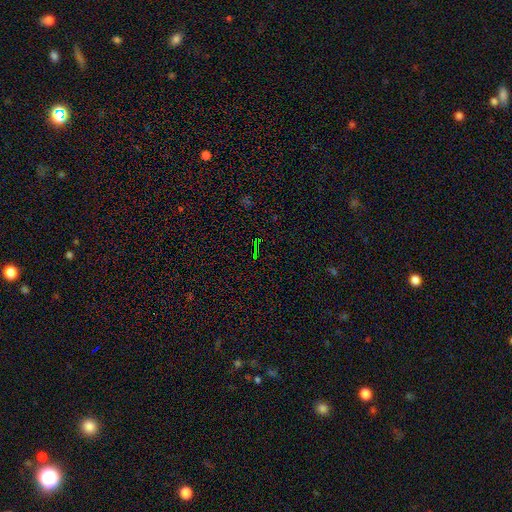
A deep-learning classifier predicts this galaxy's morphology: Smooth or featured? star or artifact (76%)